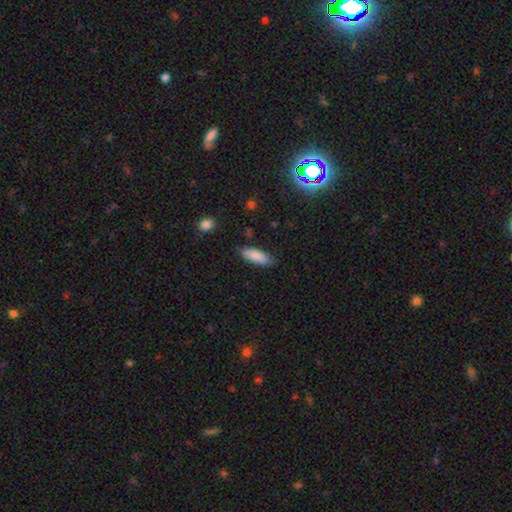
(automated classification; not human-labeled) A smooth galaxy with no disk features (85%) that is in between round and cigar-shaped (64%).

Vote fractions:
- Smooth or featured? smooth: 85% / featured or disk: 9% / star or artifact: 6%
- How rounded? in between: 64% / cigar-shaped: 35% / round: 2%
- Merging? none: 79% / minor disturbance: 16% / major disturbance: 3% / merger: 2%